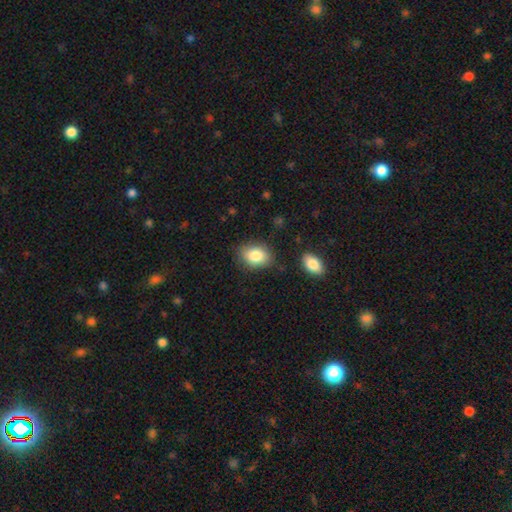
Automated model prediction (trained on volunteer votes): Overall: smooth (83%). How rounded: in between (73%). Merging: none (80%).